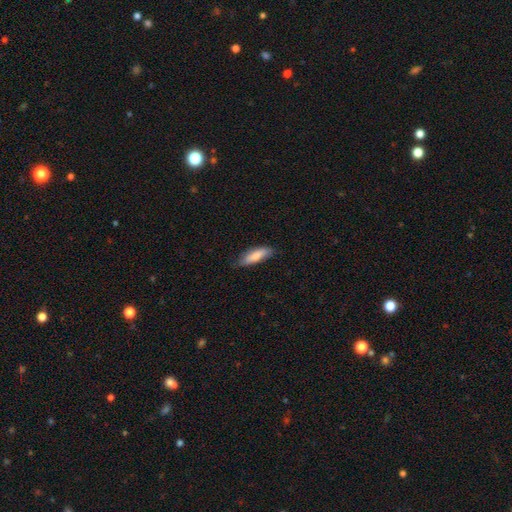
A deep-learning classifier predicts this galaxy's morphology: Smooth or featured? smooth (83%)
How rounded? in between (50%)
Merging? none (77%)